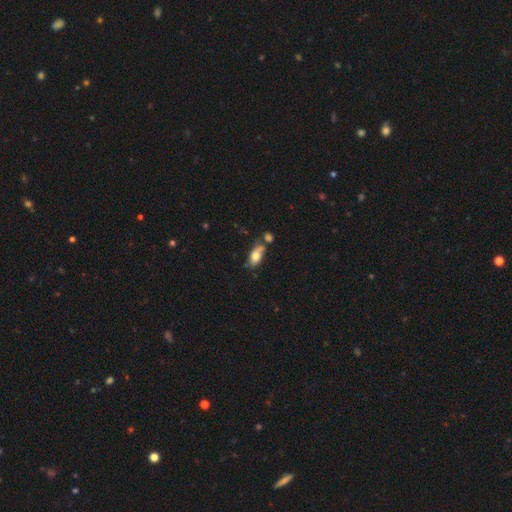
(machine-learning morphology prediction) type=smooth (72%); roundness=in between (86%); merging=none (53%).